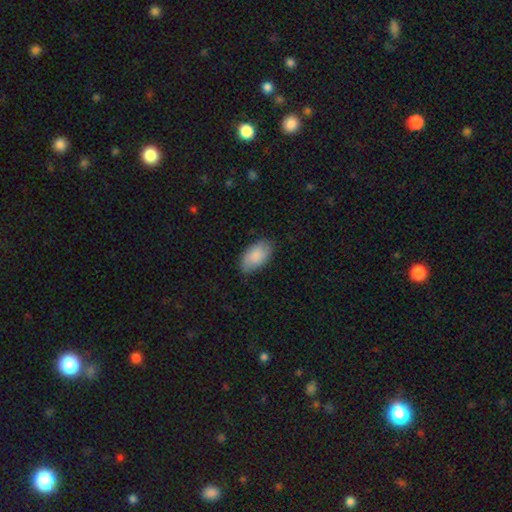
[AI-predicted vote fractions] The model was most divided on "merging": none: 79%, minor disturbance: 17%, major disturbance: 3%, merger: 1%. More confident: how rounded — in between (95%); smooth or featured — smooth (85%).